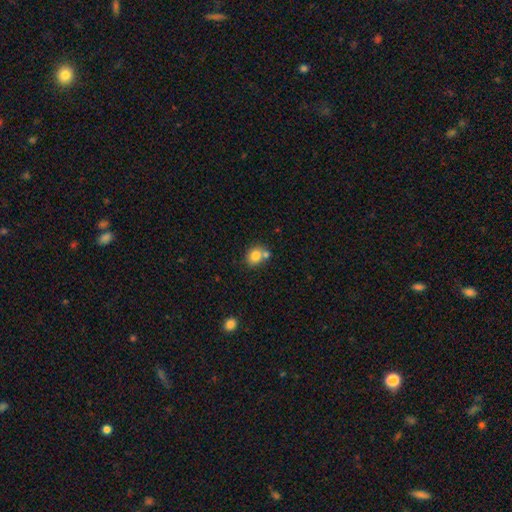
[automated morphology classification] smooth 80%, star or artifact 10%, featured or disk 10%. Down the decision tree: how rounded — round (71%); merging — none (56%).